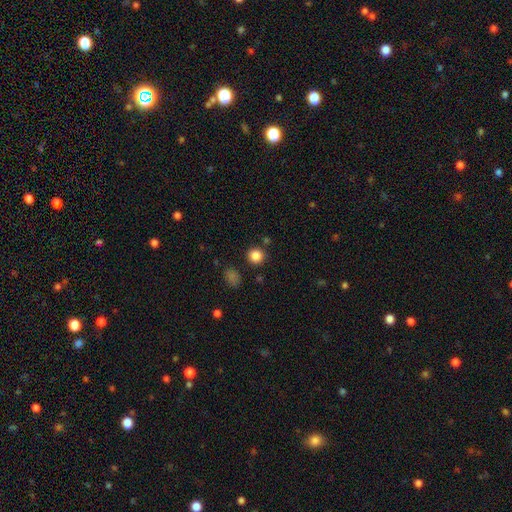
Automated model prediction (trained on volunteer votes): Overall: smooth (85%). How rounded: round (91%). Merging: none (86%).